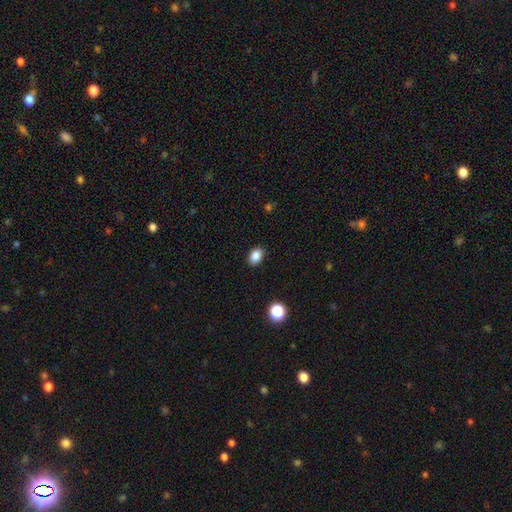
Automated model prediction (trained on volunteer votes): This is clearly a smooth galaxy (86%). How rounded: likely in between (73%). Merging: clearly none (88%).